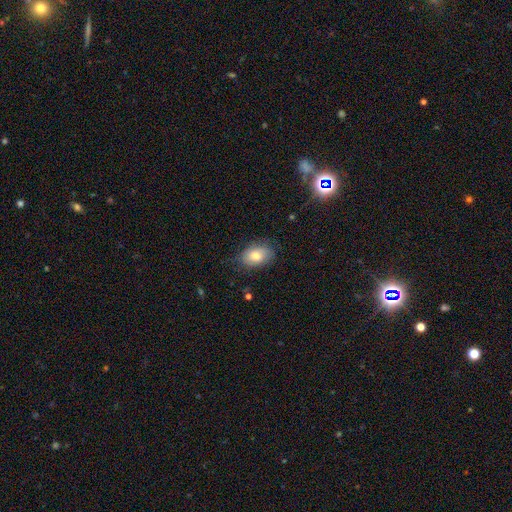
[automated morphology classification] Smooth or featured?
  - smooth: 74% *
  - featured or disk: 18%
  - star or artifact: 8%
How rounded?
  - in between: 86% *
  - round: 12%
  - cigar-shaped: 1%
Merging?
  - none: 74% *
  - minor disturbance: 20%
  - major disturbance: 5%
  - merger: 1%